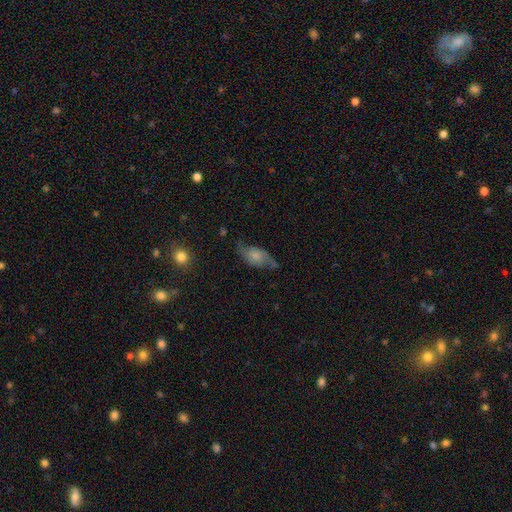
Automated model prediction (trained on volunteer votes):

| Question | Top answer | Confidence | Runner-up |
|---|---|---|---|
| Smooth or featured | smooth | 48% | featured or disk (44%) |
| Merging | none | 54% | minor disturbance (30%) |